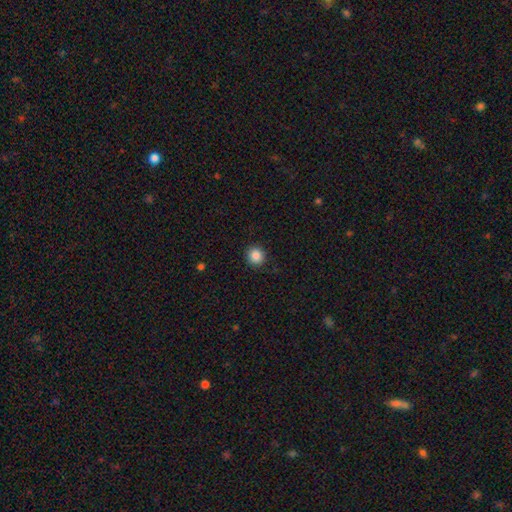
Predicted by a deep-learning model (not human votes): This appears to be a smooth galaxy with no disk features (86%) that is round (92%). Merging: none (91%).